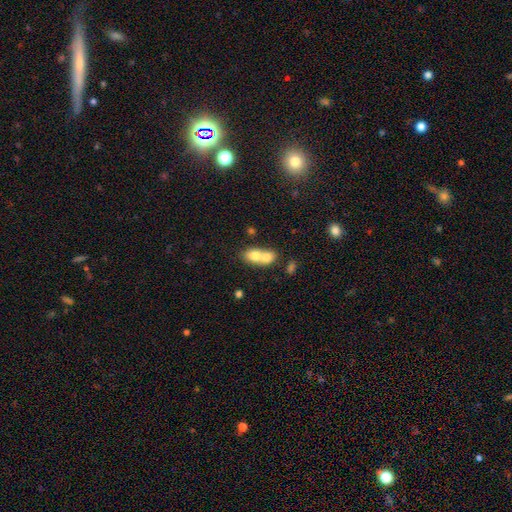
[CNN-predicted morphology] Q: Smooth or featured?
A: smooth (72%); runner-up: featured or disk (20%)
Q: How rounded?
A: in between (67%); runner-up: round (30%)
Q: Merging?
A: merger (73%); runner-up: none (18%)